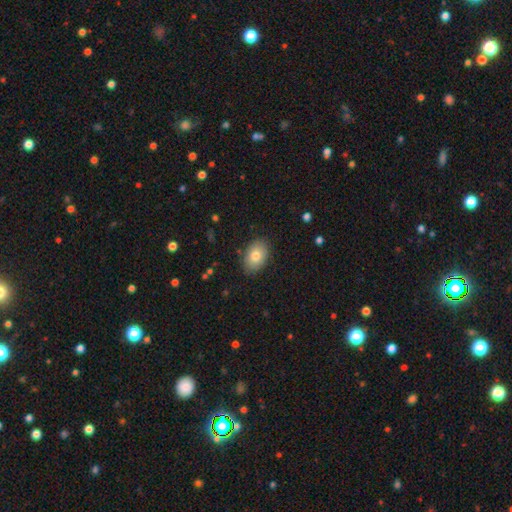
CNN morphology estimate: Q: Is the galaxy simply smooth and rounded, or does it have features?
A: smooth — 80%.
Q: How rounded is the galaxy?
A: in between — 86%.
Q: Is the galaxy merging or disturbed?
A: none — 86%.